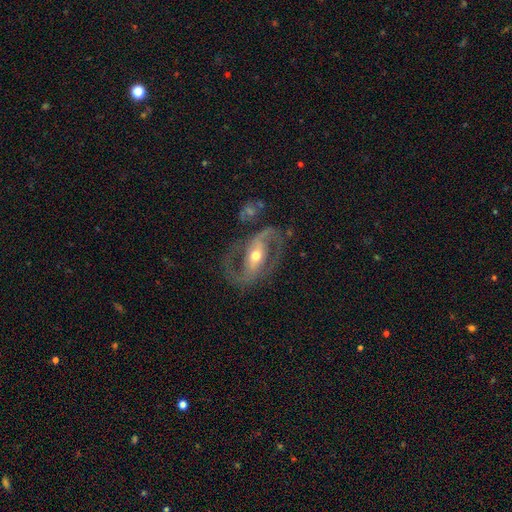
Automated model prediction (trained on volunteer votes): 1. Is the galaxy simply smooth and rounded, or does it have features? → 89% featured or disk, 5% smooth, 5% star or artifact.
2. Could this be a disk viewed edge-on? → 95% no, 5% yes.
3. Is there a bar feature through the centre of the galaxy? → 56% strong, 27% weak, 18% no.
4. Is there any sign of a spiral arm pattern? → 94% yes, 6% no.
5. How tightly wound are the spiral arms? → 55% medium, 23% loose, 22% tight.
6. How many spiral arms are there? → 91% 2, 3% can't tell, 2% 1, 1% 3, 1% 4, 1% more than 4.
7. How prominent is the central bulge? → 60% moderate, 35% small, 3% large, 1% dominant, 1% none.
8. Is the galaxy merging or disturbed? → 71% none, 14% minor disturbance, 11% major disturbance, 4% merger.